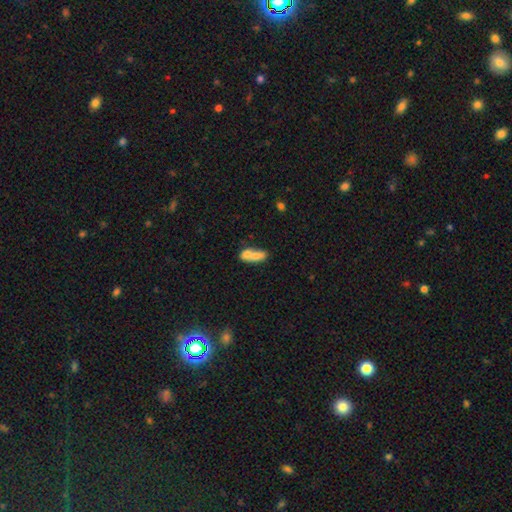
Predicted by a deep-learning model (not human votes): Smooth or featured: smooth — 66% (featured or disk — 26%)
How rounded: in between — 73% (cigar-shaped — 14%)
Merging: merger — 67% (none — 21%)